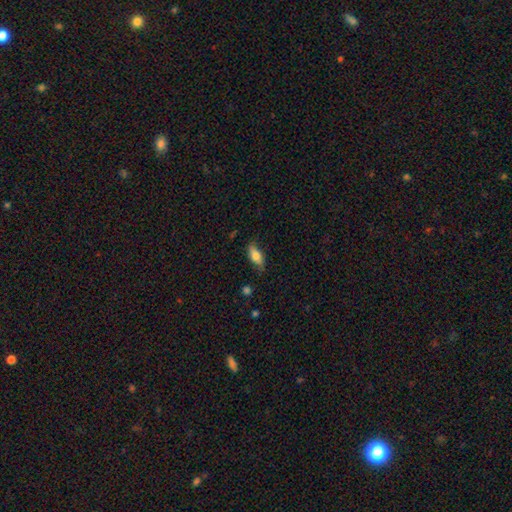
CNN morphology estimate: Smooth or featured?
  - smooth: 76% *
  - featured or disk: 17%
  - star or artifact: 7%
How rounded?
  - in between: 79% *
  - cigar-shaped: 18%
  - round: 3%
Merging?
  - none: 75% *
  - minor disturbance: 20%
  - major disturbance: 4%
  - merger: 2%